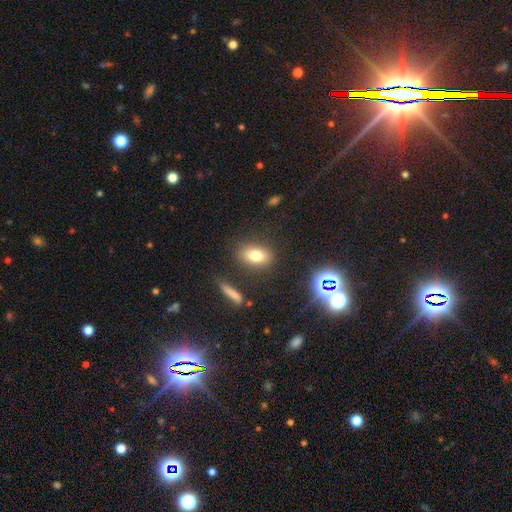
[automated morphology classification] type=smooth (75%); roundness=in between (75%); merging=none (82%).